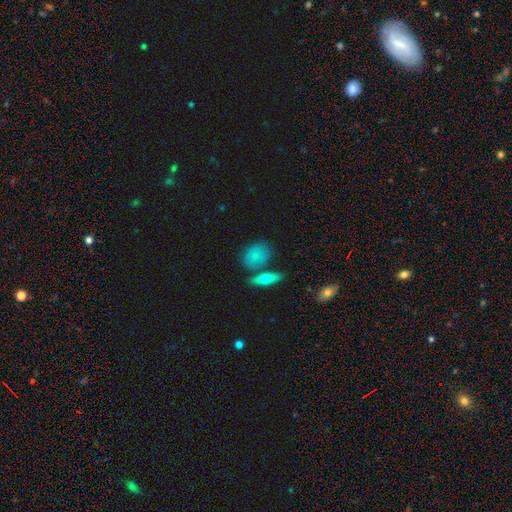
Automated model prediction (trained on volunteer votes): A smooth galaxy with no disk features (78%) that is in between round and cigar-shaped (53%).

Vote fractions:
- Smooth or featured? smooth: 78% / featured or disk: 14% / star or artifact: 8%
- How rounded? in between: 53% / round: 43% / cigar-shaped: 5%
- Merging? none: 67% / minor disturbance: 15% / merger: 14% / major disturbance: 4%